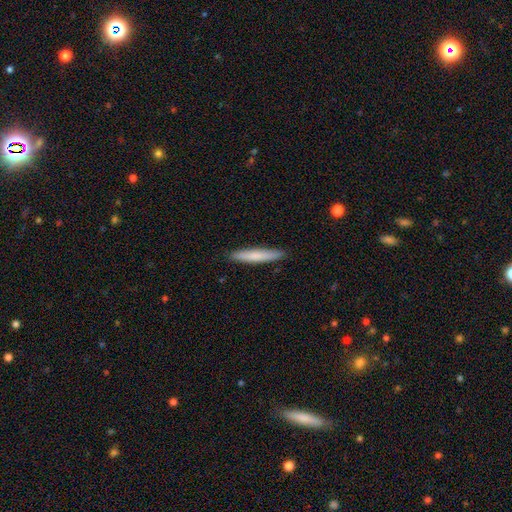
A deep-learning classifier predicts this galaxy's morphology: smooth_or_featured: smooth (p=0.74) [alt: featured or disk p=0.21]
how_rounded: cigar-shaped (p=0.94) [alt: in between p=0.05]
merging: none (p=0.90) [alt: minor disturbance p=0.07]